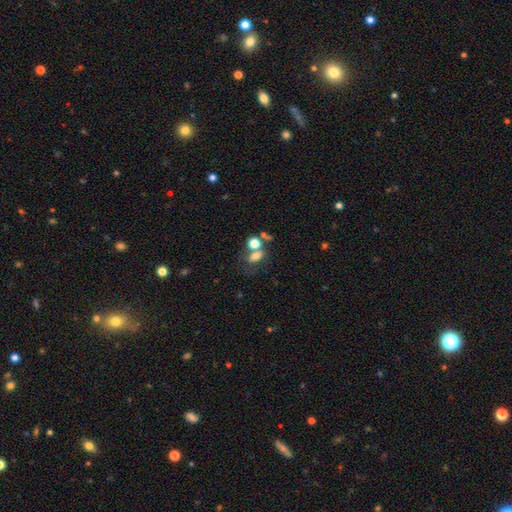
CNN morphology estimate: A smooth galaxy with no disk features (68%) that is in between round and cigar-shaped (71%).

Vote fractions:
- Smooth or featured? smooth: 68% / featured or disk: 17% / star or artifact: 16%
- How rounded? in between: 71% / round: 27% / cigar-shaped: 3%
- Merging? merger: 38% (tied) / none: 38% (tied) / minor disturbance: 13% / major disturbance: 11%